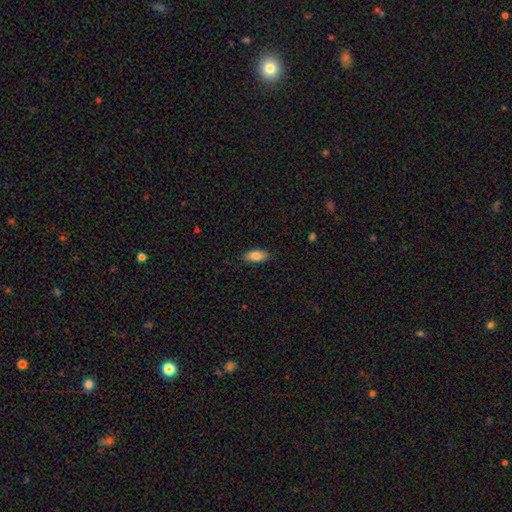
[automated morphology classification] Q: Smooth or featured?
A: smooth (85%); runner-up: featured or disk (8%)
Q: How rounded?
A: in between (87%); runner-up: cigar-shaped (11%)
Q: Merging?
A: none (87%); runner-up: minor disturbance (10%)